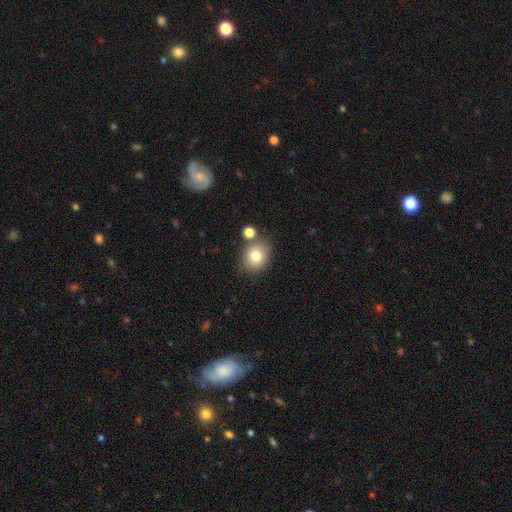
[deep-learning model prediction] smooth-or-featured: smooth: 80% | featured or disk: 10% | star or artifact: 10%
  how-rounded: round: 61% | in between: 38% | cigar-shaped: 1%
  merging: none: 69% | merger: 14% | minor disturbance: 13% | major disturbance: 4%